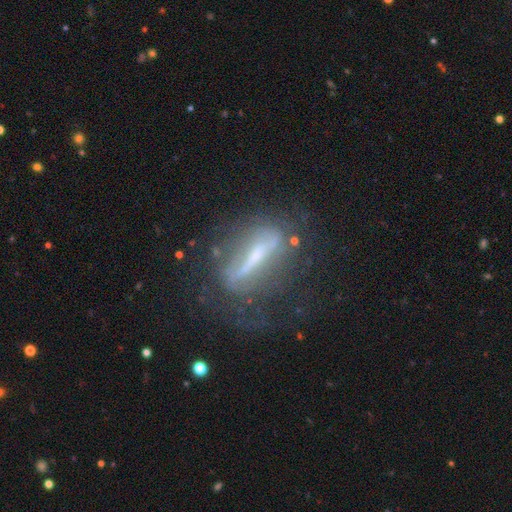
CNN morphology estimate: The model was most divided on "edge-on disk": no: 51%, yes: 49%. More confident: smooth or featured — featured or disk (69%); merging — none (54%).